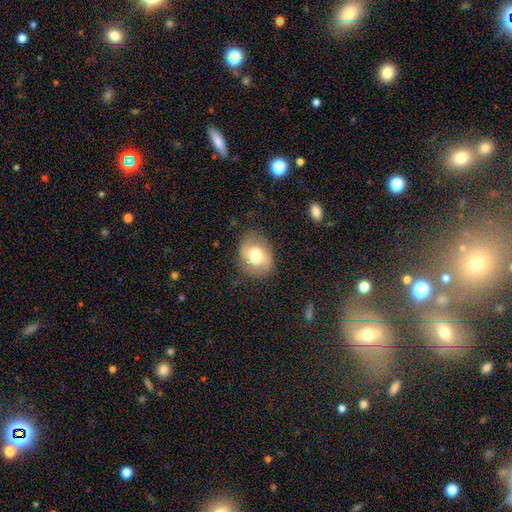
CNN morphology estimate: A smooth galaxy with no disk features (62%) that is in between round and cigar-shaped (59%). Merging: none (76%).